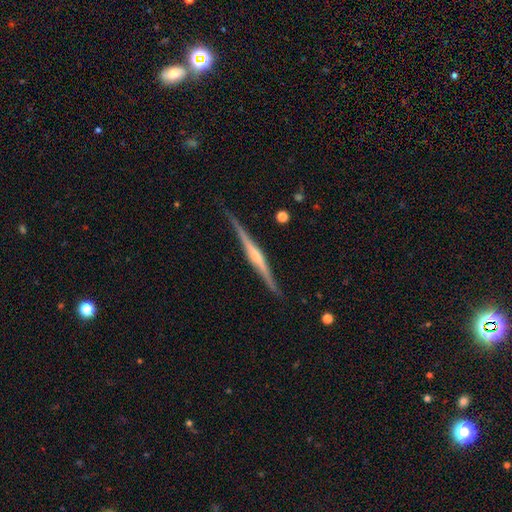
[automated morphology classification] smooth-or-featured: featured or disk: 80% | smooth: 15% | star or artifact: 5%
  disk-edge-on: yes: 98% | no: 2%
    edge-on-bulge: rounded: 62% | none: 21% | boxy: 17%
  merging: none: 87% | minor disturbance: 10% | major disturbance: 2% | merger: 1%